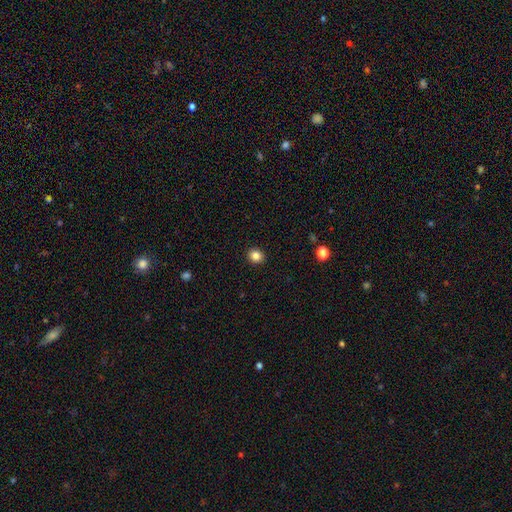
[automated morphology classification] Smooth or featured? Predicted: smooth (p=0.84). How rounded? Predicted: round (p=0.74). Merging? Predicted: none (p=0.92).